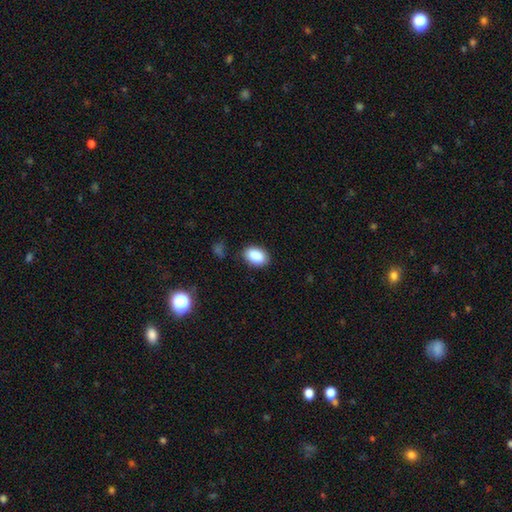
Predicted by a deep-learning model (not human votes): Smooth or featured: smooth — 88% (star or artifact — 8%)
How rounded: in between — 88% (round — 11%)
Merging: none — 84% (minor disturbance — 12%)